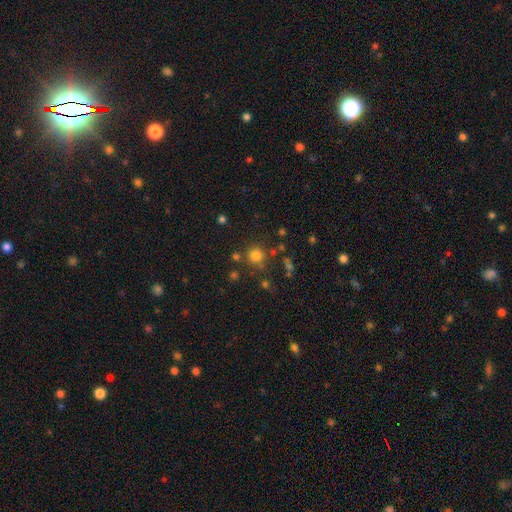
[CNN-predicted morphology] A smooth galaxy with no disk features (77%) that is round (93%). Merging: none (77%).